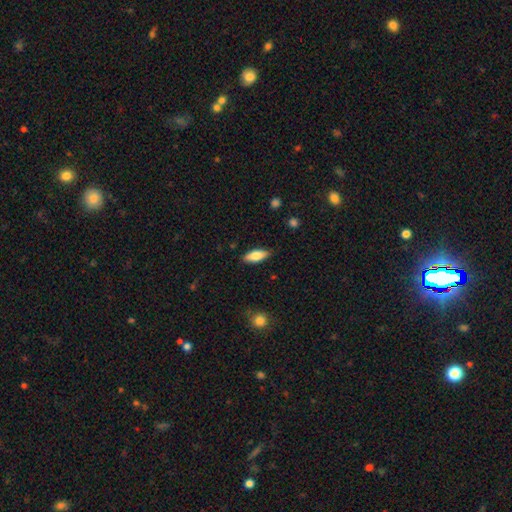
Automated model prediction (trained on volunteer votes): Q: Smooth or featured?
A: smooth (75%); runner-up: featured or disk (19%)
Q: How rounded?
A: in between (76%); runner-up: cigar-shaped (22%)
Q: Merging?
A: none (85%); runner-up: minor disturbance (12%)